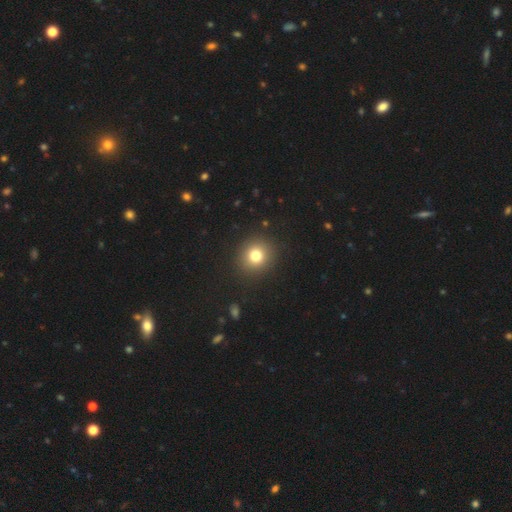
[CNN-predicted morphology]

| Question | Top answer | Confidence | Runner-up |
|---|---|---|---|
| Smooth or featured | smooth | 78% | star or artifact (13%) |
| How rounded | round | 87% | in between (12%) |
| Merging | none | 90% | minor disturbance (6%) |